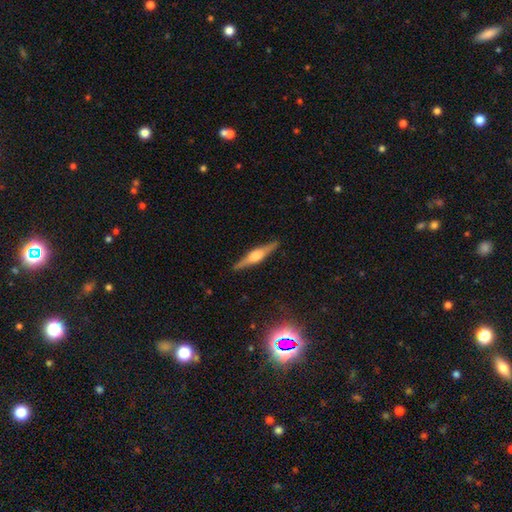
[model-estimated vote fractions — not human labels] The model was most divided on "smooth or featured": featured or disk: 76%, smooth: 18%, star or artifact: 6%. More confident: edge-on disk — yes (98%); merging — none (90%); edge-on bulge — rounded (84%).